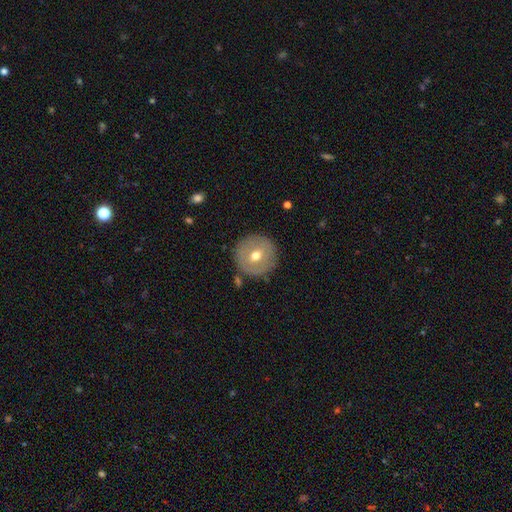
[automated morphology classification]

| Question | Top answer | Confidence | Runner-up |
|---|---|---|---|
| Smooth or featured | smooth | 58% | featured or disk (34%) |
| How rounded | round | 95% | in between (4%) |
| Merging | none | 86% | minor disturbance (9%) |